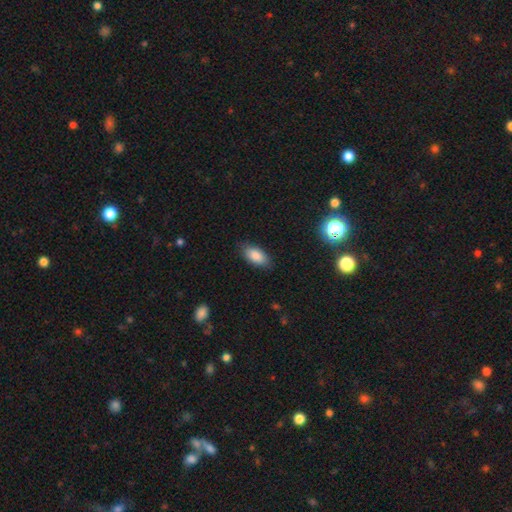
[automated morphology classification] smooth_or_featured: smooth (p=0.86) [alt: star or artifact p=0.08]
how_rounded: in between (p=0.92) [alt: cigar-shaped p=0.05]
merging: none (p=0.84) [alt: minor disturbance p=0.12]